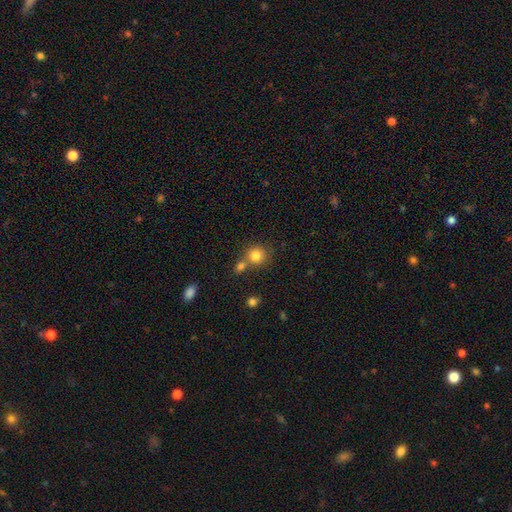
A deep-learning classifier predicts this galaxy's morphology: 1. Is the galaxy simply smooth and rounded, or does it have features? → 82% smooth, 11% star or artifact, 7% featured or disk.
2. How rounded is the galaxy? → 87% round, 12% in between, 1% cigar-shaped.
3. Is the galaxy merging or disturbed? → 57% none, 31% merger, 9% minor disturbance, 3% major disturbance.